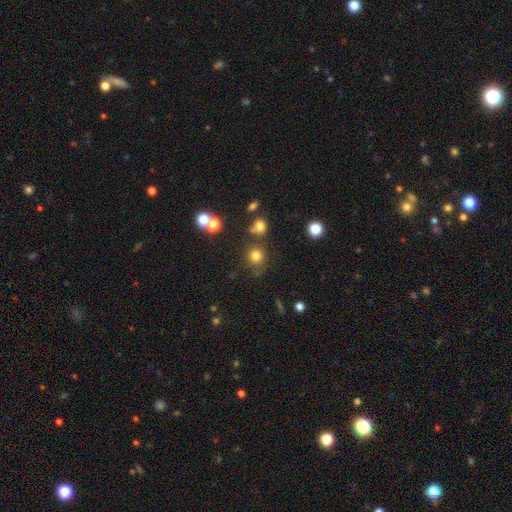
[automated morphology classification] smooth 77%, star or artifact 16%, featured or disk 7%. Down the decision tree: how rounded — round (90%); merging — none (74%).